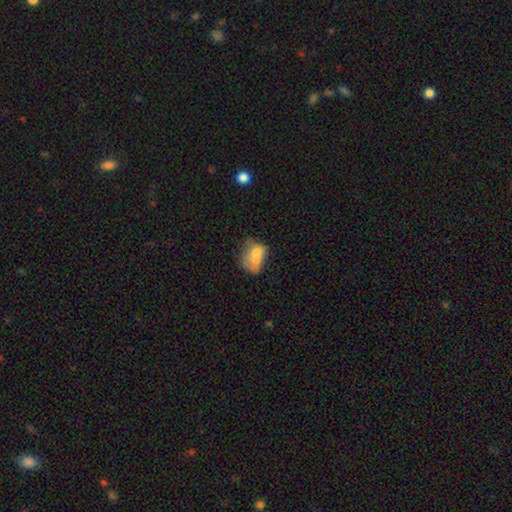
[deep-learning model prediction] Smooth or featured: smooth — 63% (featured or disk — 26%)
How rounded: in between — 73% (round — 25%)
Merging: none — 28% (minor disturbance — 26%)